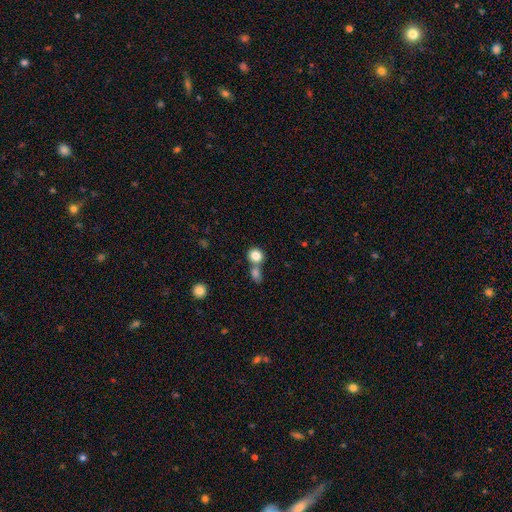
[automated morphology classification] Smooth or featured?
  - smooth: 83% *
  - star or artifact: 10%
  - featured or disk: 7%
How rounded?
  - round: 84% *
  - in between: 15%
  - cigar-shaped: 1%
Merging?
  - none: 49% *
  - merger: 40%
  - minor disturbance: 8%
  - major disturbance: 3%